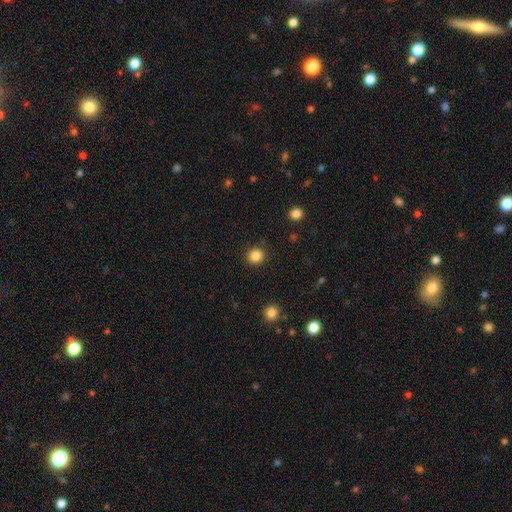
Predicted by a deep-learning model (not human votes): A smooth galaxy with no disk features (85%) that is round (89%). Merging: none (90%).